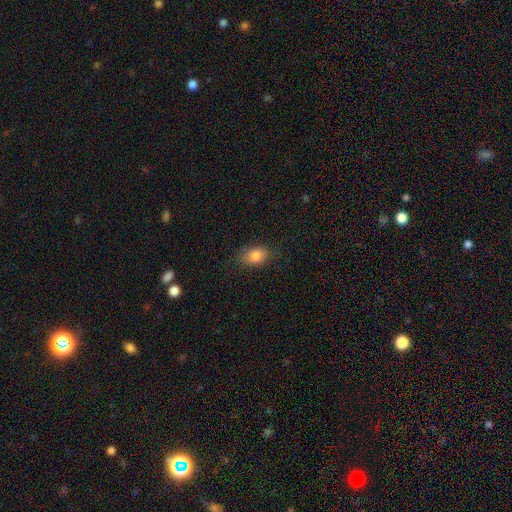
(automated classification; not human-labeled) smooth 83%, star or artifact 9%, featured or disk 8%. Down the decision tree: how rounded — in between (78%); merging — none (78%).